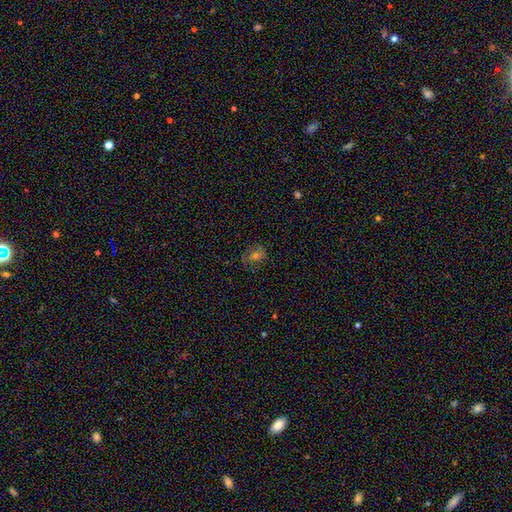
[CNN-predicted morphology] Smooth or featured? smooth (46%)
Merging? none (74%)